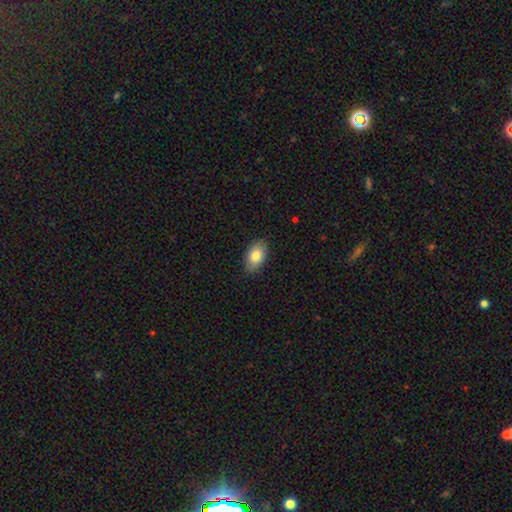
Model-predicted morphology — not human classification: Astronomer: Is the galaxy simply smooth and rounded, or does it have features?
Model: smooth — 82%.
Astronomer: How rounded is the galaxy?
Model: in between — 93%.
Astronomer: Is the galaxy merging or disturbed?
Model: none — 86%.